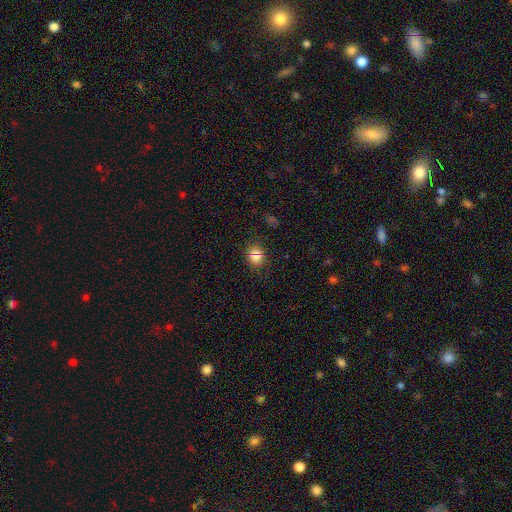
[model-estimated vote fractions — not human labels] This appears to be a smooth galaxy with no disk features (71%) that is round (69%). Merging: none (85%).